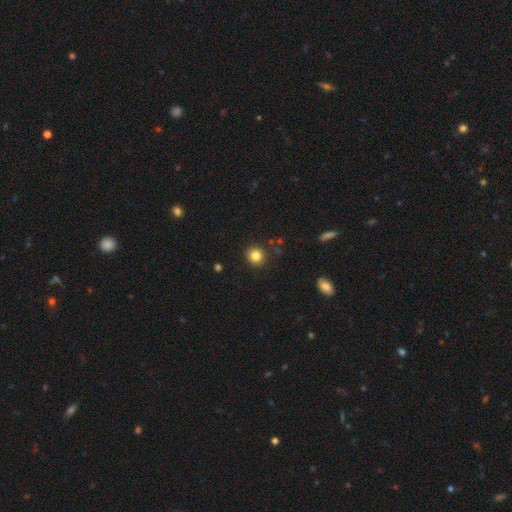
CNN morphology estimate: Q: Smooth or featured?
A: smooth (83%); runner-up: star or artifact (11%)
Q: How rounded?
A: round (90%); runner-up: in between (9%)
Q: Merging?
A: none (90%); runner-up: minor disturbance (7%)